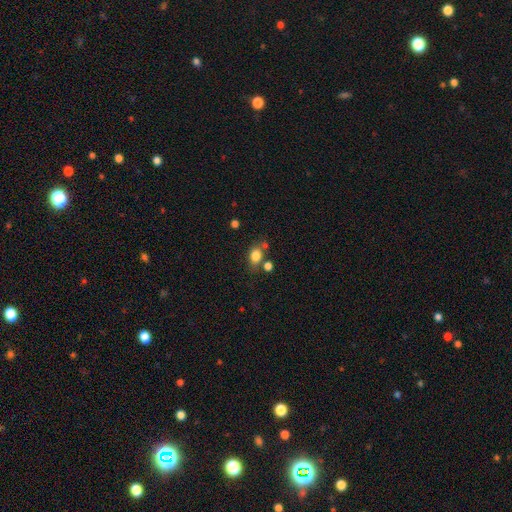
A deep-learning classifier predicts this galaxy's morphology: Smooth or featured: smooth — 81% (star or artifact — 11%)
How rounded: in between — 67% (round — 31%)
Merging: none — 63% (minor disturbance — 16%)